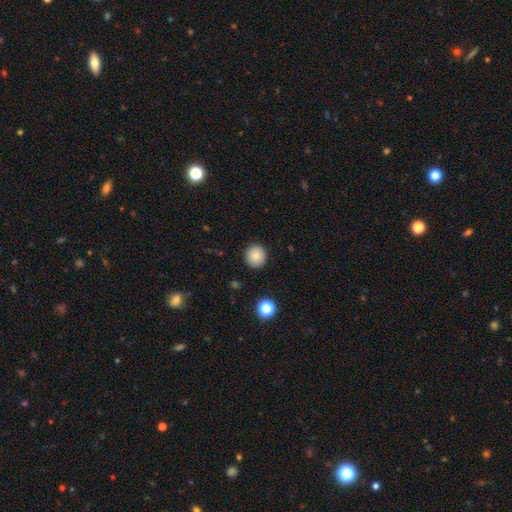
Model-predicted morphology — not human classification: smooth 85%, star or artifact 10%, featured or disk 5%. Down the decision tree: how rounded — round (93%); merging — none (92%).